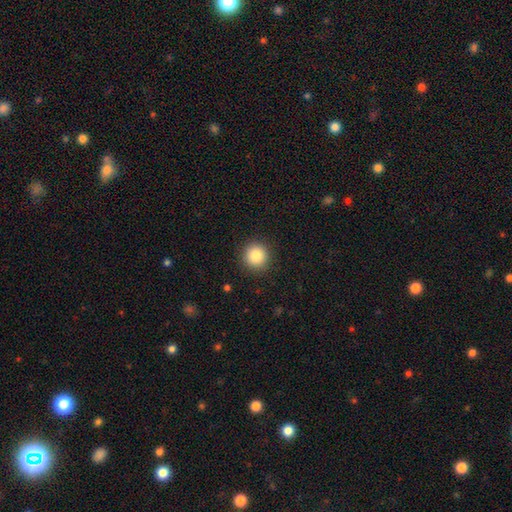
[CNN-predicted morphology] Smooth or featured?
  - smooth: 85% *
  - star or artifact: 10%
  - featured or disk: 6%
How rounded?
  - round: 94% *
  - in between: 5%
  - cigar-shaped: 1%
Merging?
  - none: 91% *
  - minor disturbance: 6%
  - major disturbance: 2%
  - merger: 1%